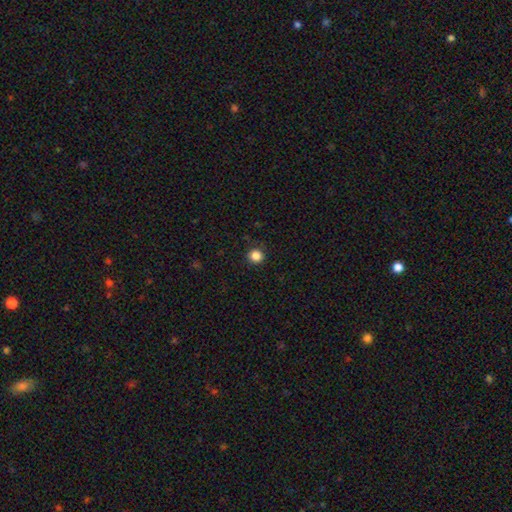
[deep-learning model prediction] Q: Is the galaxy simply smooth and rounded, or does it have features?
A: smooth — 85%.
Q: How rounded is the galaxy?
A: round — 93%.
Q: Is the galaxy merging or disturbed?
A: none — 89%.